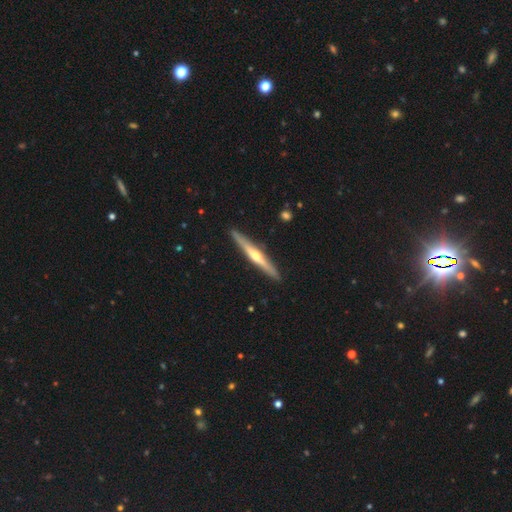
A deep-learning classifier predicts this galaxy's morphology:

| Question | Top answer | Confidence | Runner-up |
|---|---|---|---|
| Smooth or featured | featured or disk | 73% | smooth (23%) |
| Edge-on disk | yes | 98% | no (2%) |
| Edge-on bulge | rounded | 88% | none (9%) |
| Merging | none | 91% | minor disturbance (6%) |